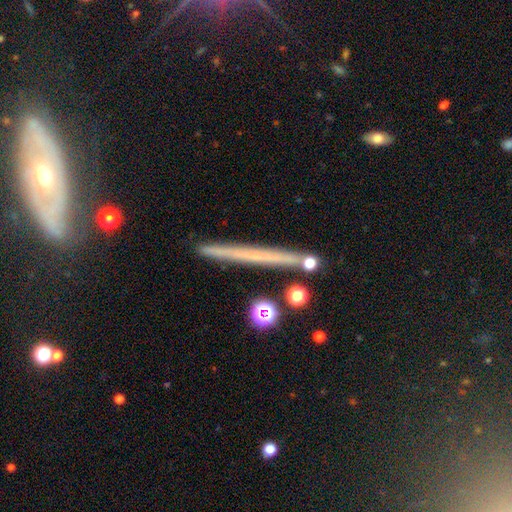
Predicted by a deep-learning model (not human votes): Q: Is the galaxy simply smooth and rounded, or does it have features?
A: featured or disk — 47%.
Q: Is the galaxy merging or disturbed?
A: none — 84%.